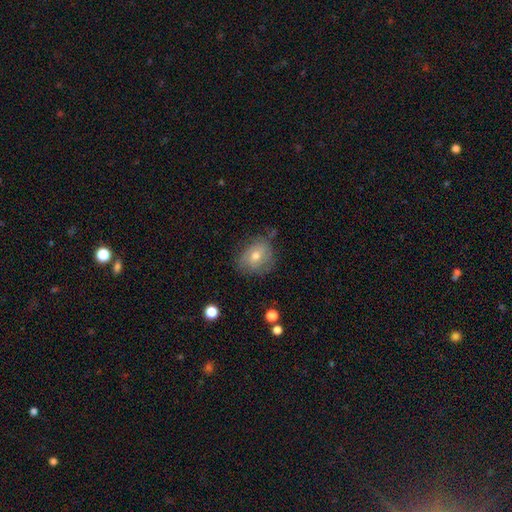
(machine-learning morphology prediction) Smooth or featured? smooth (56%)
How rounded? round (57%)
Merging? none (63%)